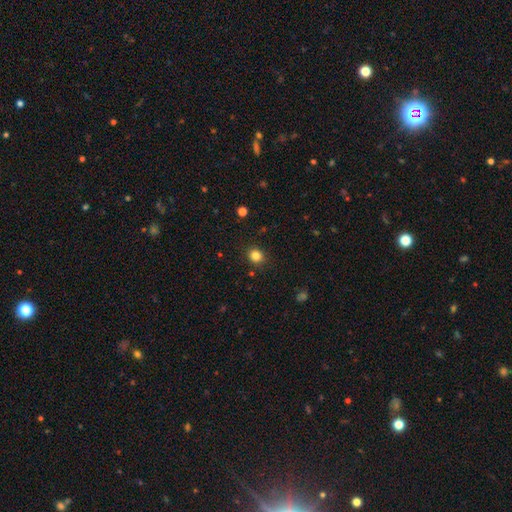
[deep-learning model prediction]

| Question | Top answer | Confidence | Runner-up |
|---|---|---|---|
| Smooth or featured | smooth | 83% | star or artifact (13%) |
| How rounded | round | 83% | in between (17%) |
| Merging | none | 89% | minor disturbance (7%) |